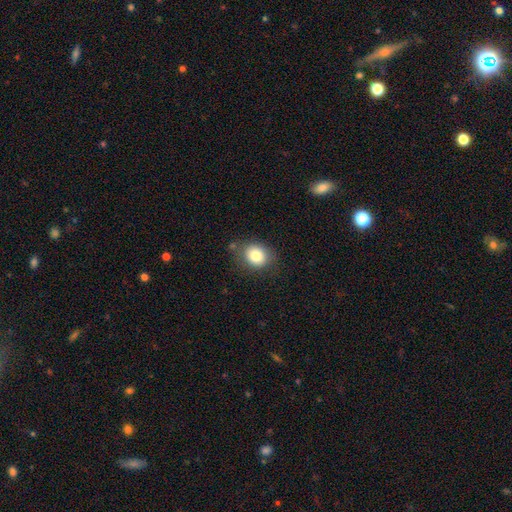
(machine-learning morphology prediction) This is clearly a smooth galaxy (81%). How rounded: likely round (62%). Merging: likely none (76%).